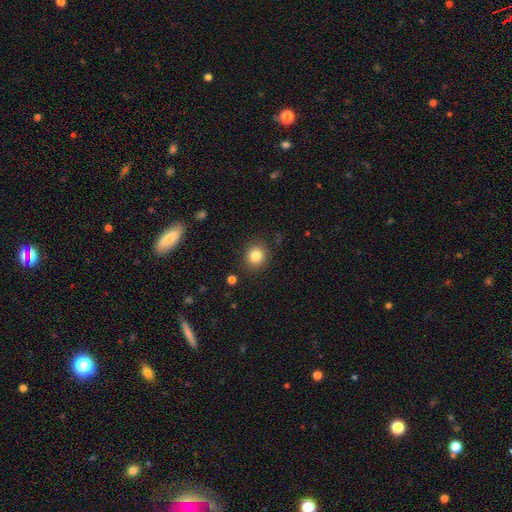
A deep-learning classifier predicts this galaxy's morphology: Smooth or featured? smooth (84%)
How rounded? round (84%)
Merging? none (88%)